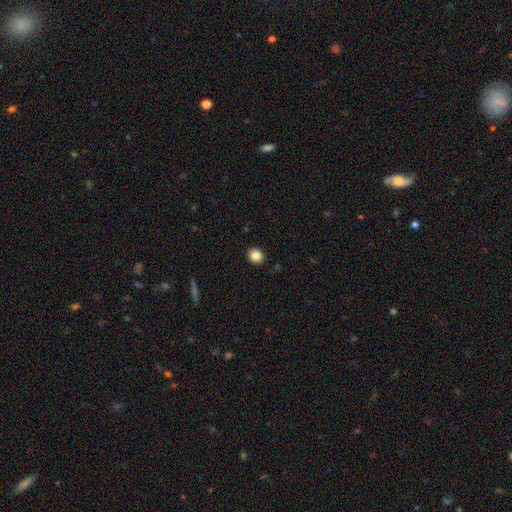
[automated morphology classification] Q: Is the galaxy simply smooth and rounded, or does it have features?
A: smooth — 85%.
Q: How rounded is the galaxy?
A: round — 77%.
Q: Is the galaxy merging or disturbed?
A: none — 91%.